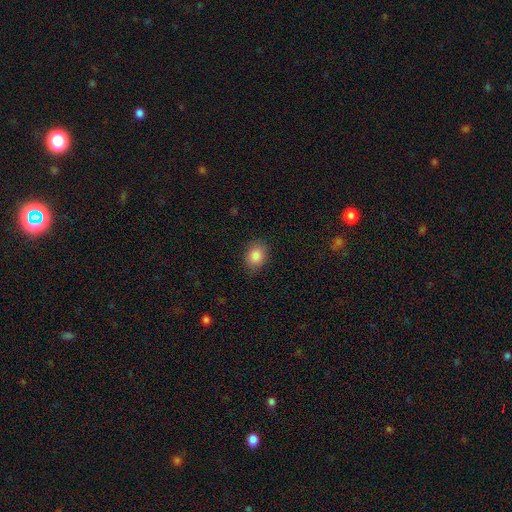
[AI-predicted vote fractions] Smooth or featured? smooth (86%)
How rounded? in between (60%)
Merging? none (84%)